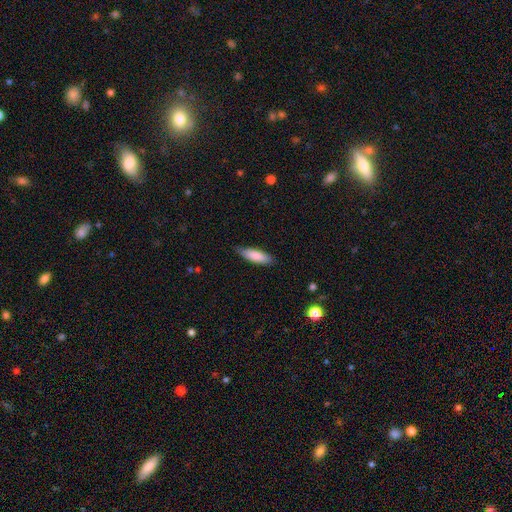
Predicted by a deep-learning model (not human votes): smooth_or_featured: smooth (p=0.83) [alt: featured or disk p=0.11]
how_rounded: cigar-shaped (p=0.52) [alt: in between p=0.47]
merging: none (p=0.79) [alt: minor disturbance p=0.17]